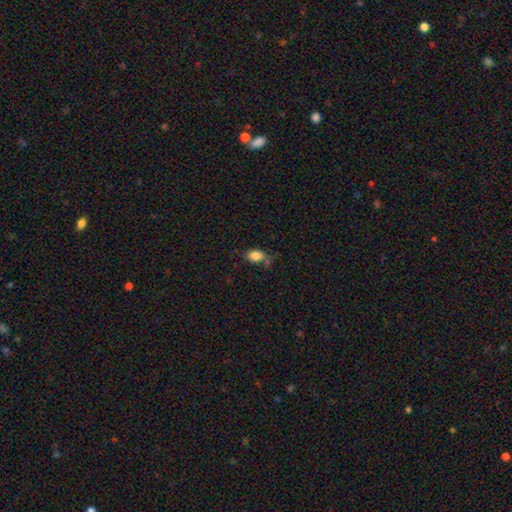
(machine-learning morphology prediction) type=smooth (84%); roundness=in between (87%); merging=none (58%).